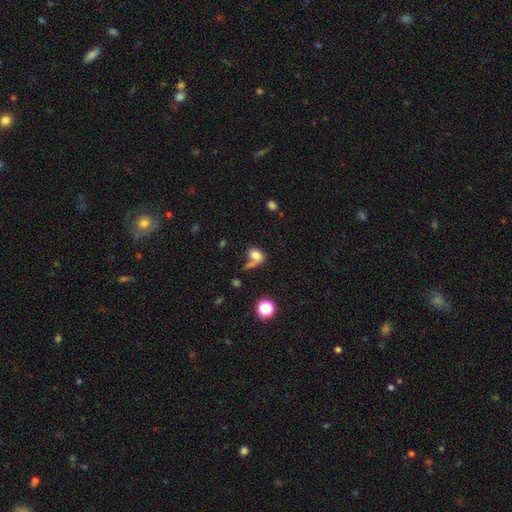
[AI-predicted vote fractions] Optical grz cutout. It shows a smooth galaxy with no disk features (77%) that is in between round and cigar-shaped (71%). Merging: none (36%).